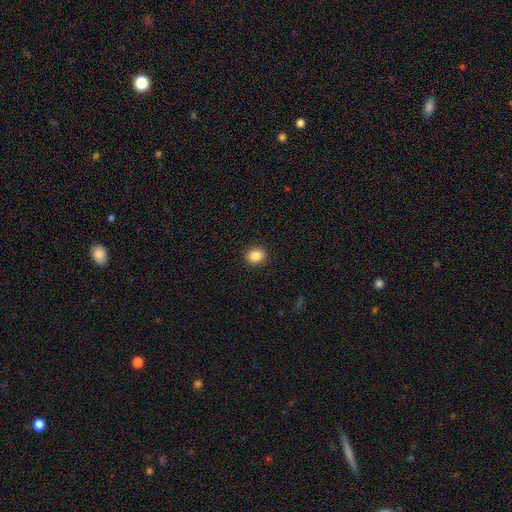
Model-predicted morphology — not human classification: A smooth galaxy with no disk features (86%) that is round (67%). Merging: none (92%).